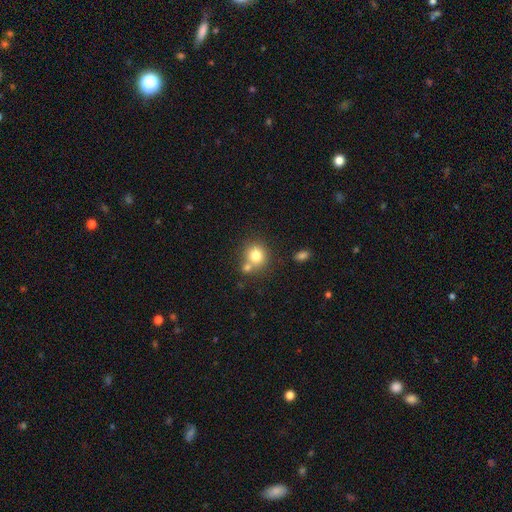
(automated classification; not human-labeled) This is likely a smooth galaxy (79%). How rounded: clearly round (82%). Merging: possibly none (56%).